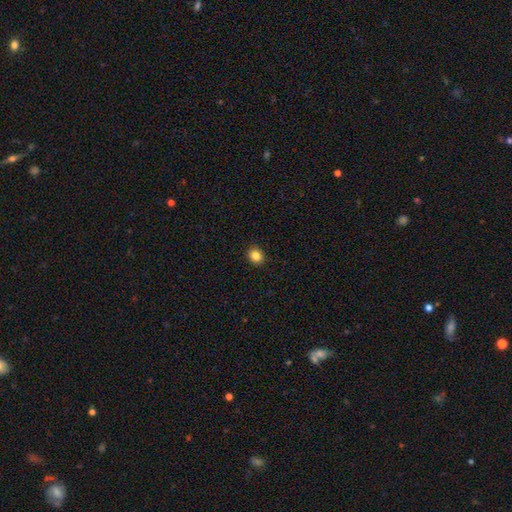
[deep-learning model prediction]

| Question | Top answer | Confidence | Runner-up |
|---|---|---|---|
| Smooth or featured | smooth | 84% | star or artifact (11%) |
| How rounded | round | 76% | in between (23%) |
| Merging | none | 92% | minor disturbance (6%) |